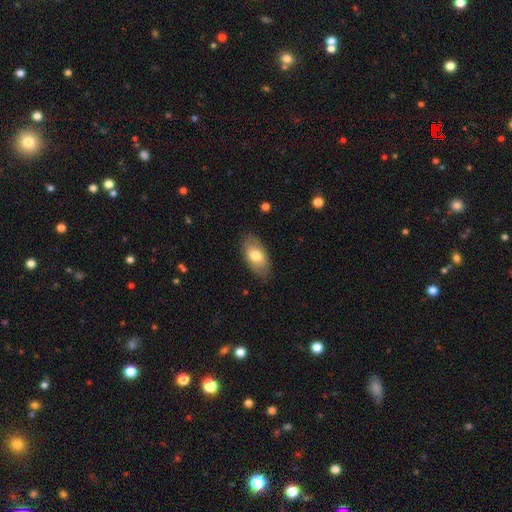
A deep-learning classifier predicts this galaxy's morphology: Overall: smooth (71%). How rounded: in between (93%). Merging: none (83%).